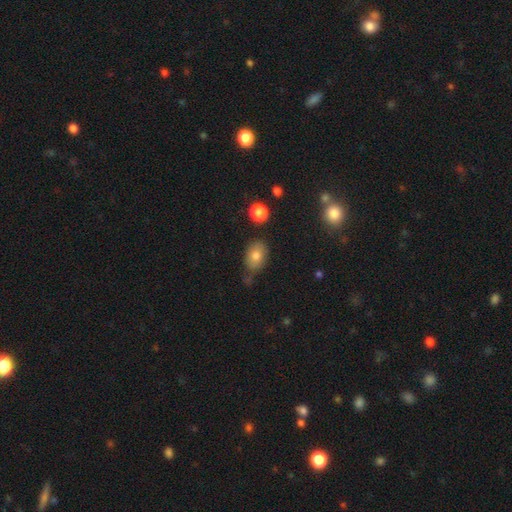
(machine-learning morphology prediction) Smooth or featured: smooth — 78% (featured or disk — 12%)
How rounded: in between — 76% (round — 23%)
Merging: none — 64% (minor disturbance — 23%)